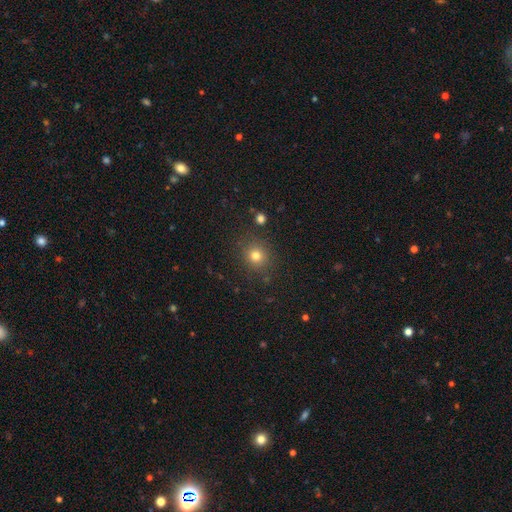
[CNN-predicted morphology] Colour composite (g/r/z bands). It shows a smooth galaxy with no disk features (77%) that is round (87%). Merging: none (86%).